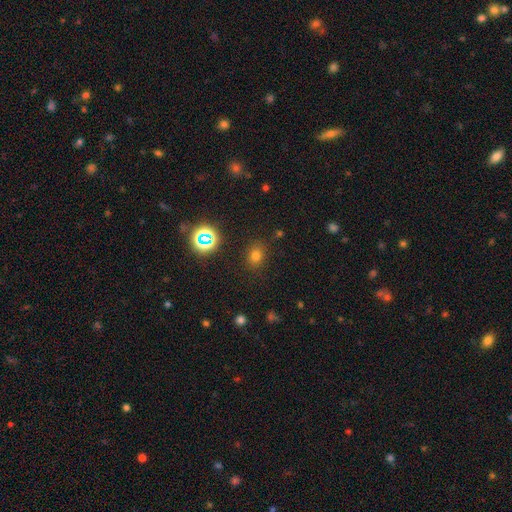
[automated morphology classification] A smooth galaxy with no disk features (70%) that is in between round and cigar-shaped (51%).

Vote fractions:
- Smooth or featured? smooth: 70% / star or artifact: 22% / featured or disk: 7%
- How rounded? in between: 51% / round: 48% / cigar-shaped: 1%
- Merging? none: 84% / minor disturbance: 11% / major disturbance: 4% / merger: 2%